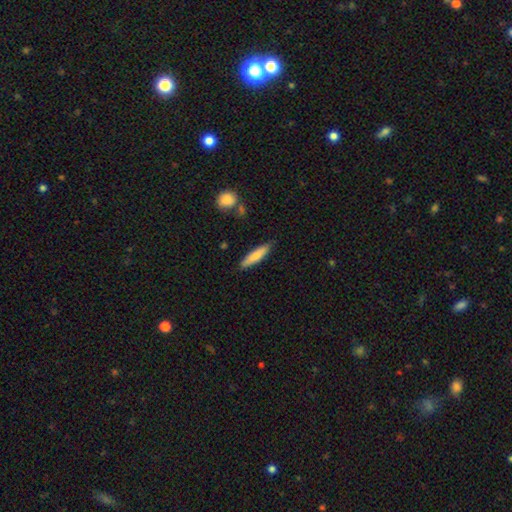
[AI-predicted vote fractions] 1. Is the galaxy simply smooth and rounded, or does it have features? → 77% smooth, 18% featured or disk, 6% star or artifact.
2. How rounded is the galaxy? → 78% cigar-shaped, 20% in between, 2% round.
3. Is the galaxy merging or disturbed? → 84% none, 12% minor disturbance, 2% major disturbance, 2% merger.